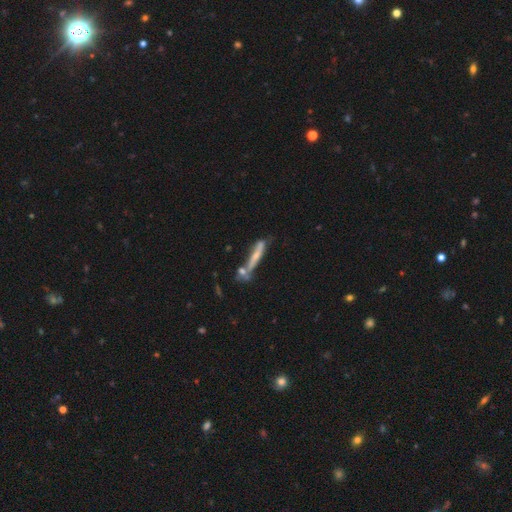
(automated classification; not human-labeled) The model was most divided on "smooth or featured": featured or disk: 48%, smooth: 44%, star or artifact: 8%. More confident: merging — none (52%).